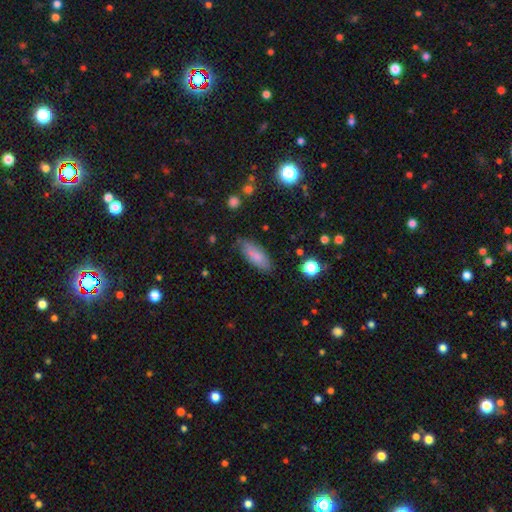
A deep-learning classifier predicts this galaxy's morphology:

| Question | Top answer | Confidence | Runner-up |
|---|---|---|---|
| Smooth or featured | smooth | 80% | featured or disk (13%) |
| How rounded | in between | 73% | cigar-shaped (25%) |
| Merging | none | 80% | minor disturbance (15%) |